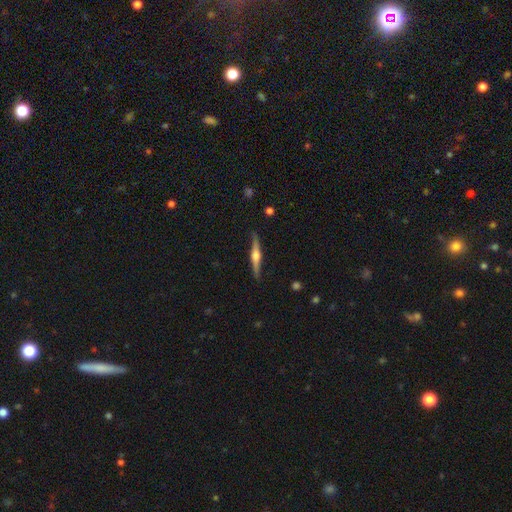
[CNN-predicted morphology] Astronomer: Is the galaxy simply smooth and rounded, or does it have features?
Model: featured or disk — 73%.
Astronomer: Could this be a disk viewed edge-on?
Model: yes — 97%.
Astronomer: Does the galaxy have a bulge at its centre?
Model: rounded — 90%.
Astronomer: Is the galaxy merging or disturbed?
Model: none — 87%.